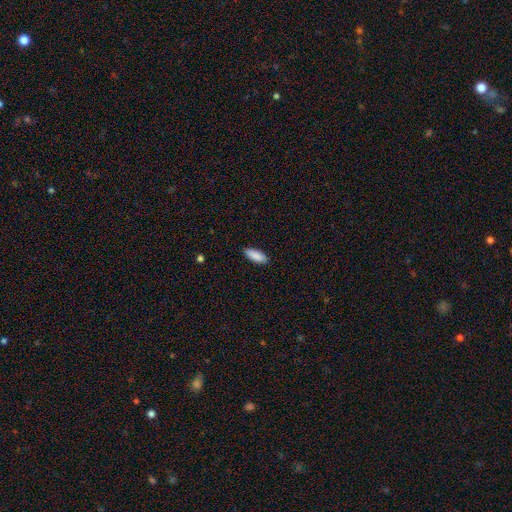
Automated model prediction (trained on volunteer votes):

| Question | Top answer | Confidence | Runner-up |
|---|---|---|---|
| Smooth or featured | smooth | 89% | star or artifact (6%) |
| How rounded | in between | 76% | cigar-shaped (22%) |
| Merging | none | 87% | minor disturbance (10%) |